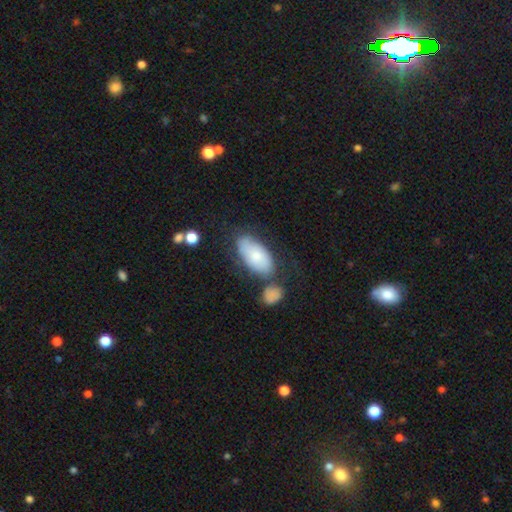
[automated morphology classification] Smooth or featured?
  - smooth: 69% *
  - featured or disk: 25%
  - star or artifact: 7%
How rounded?
  - in between: 91% *
  - cigar-shaped: 6%
  - round: 3%
Merging?
  - none: 57% *
  - minor disturbance: 20%
  - merger: 16%
  - major disturbance: 8%